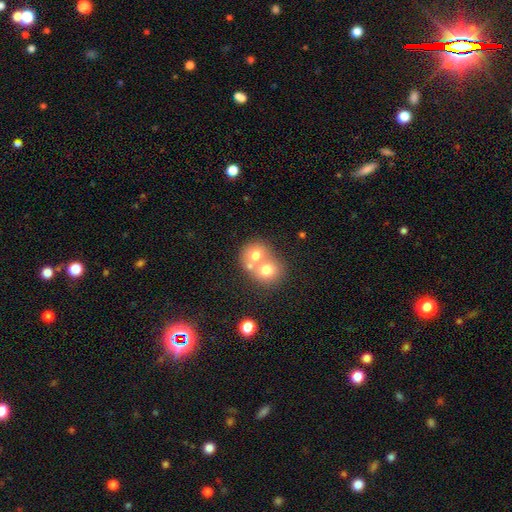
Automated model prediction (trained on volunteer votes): Smooth or featured? Predicted: smooth (p=0.66). How rounded? Predicted: round (p=0.72). Merging? Predicted: merger (p=0.67).